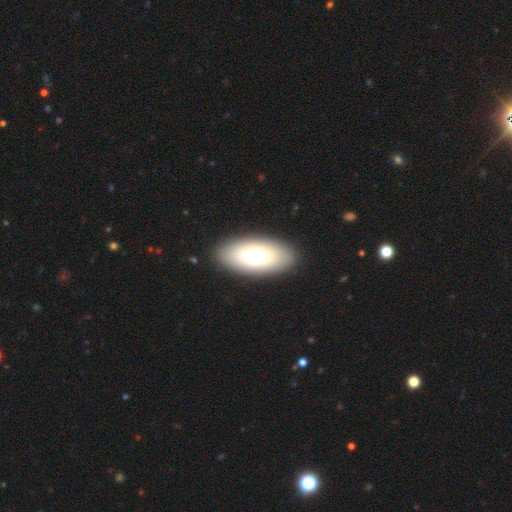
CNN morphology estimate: Overall: smooth (68%). How rounded: in between (90%). Merging: none (89%).